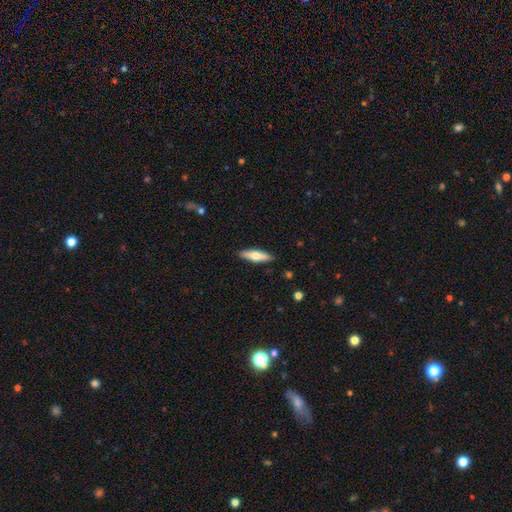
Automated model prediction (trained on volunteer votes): Morphology: type=smooth (60%); roundness=cigar-shaped (63%); merging=none (90%).